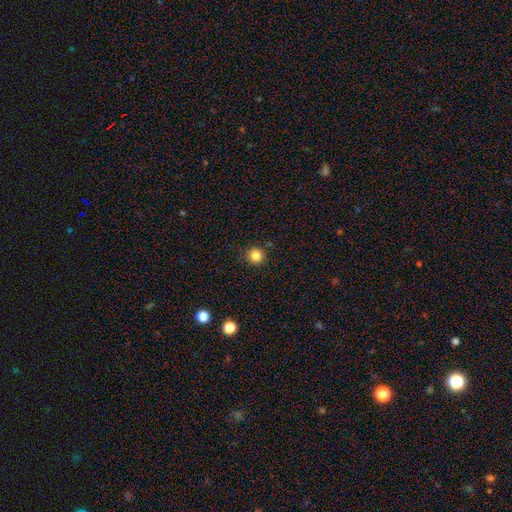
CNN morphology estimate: smooth-or-featured: smooth: 84% | star or artifact: 12% | featured or disk: 4%
  how-rounded: round: 93% | in between: 6% | cigar-shaped: 1%
  merging: none: 88% | minor disturbance: 7% | merger: 2% | major disturbance: 2%